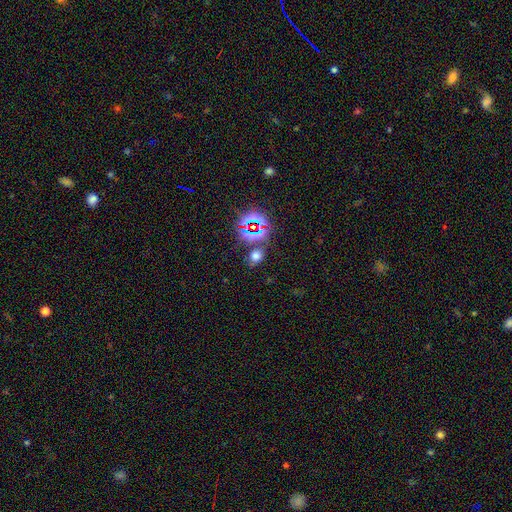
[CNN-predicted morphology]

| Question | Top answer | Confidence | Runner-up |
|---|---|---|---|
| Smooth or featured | smooth | 54% | star or artifact (38%) |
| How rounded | in between | 51% | round (47%) |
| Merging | none | 74% | minor disturbance (12%) |